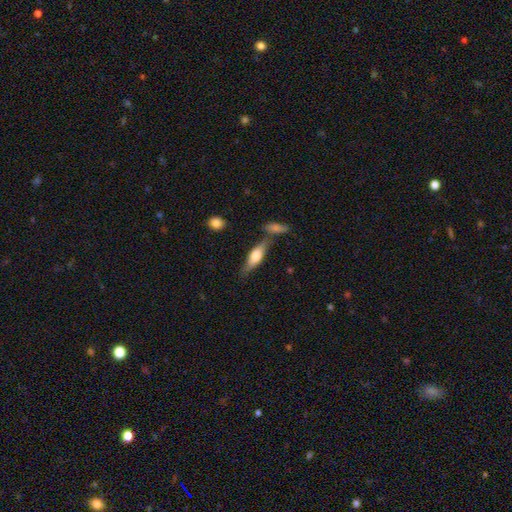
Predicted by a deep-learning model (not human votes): The model was most divided on "how rounded": cigar-shaped: 52%, in between: 45%, round: 3%. More confident: merging — none (66%); smooth or featured — smooth (55%).